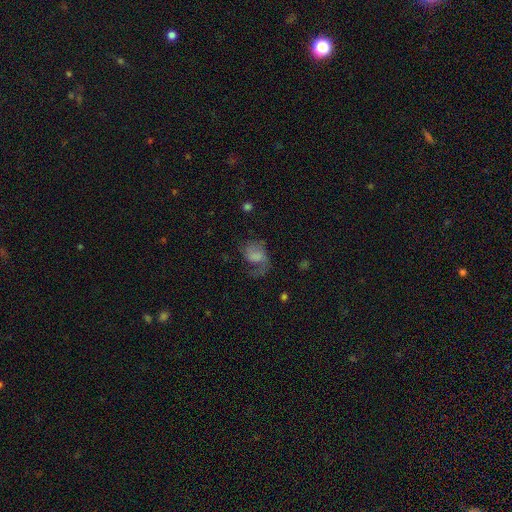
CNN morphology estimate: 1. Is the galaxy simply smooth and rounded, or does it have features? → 54% featured or disk, 36% smooth, 10% star or artifact.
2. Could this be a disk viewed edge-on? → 98% no, 2% yes.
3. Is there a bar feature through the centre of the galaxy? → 60% no, 33% weak, 7% strong.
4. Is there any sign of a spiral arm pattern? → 84% yes, 16% no.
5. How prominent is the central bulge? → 44% none, 18% moderate, 17% large, 16% small, 5% dominant.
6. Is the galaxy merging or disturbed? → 40% major disturbance, 36% none, 20% minor disturbance, 3% merger.